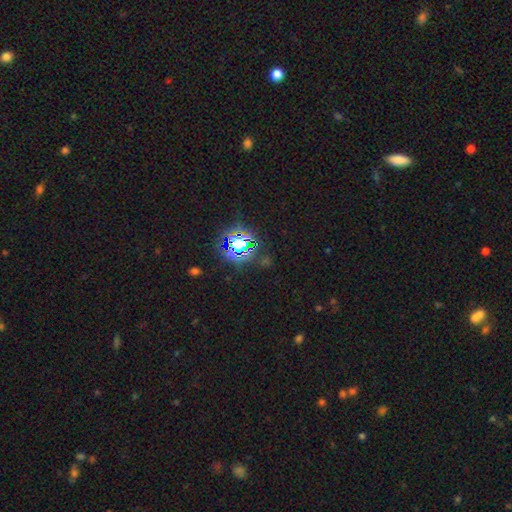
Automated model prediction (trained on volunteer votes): smooth_or_featured: star or artifact (p=0.79) [alt: smooth p=0.15]